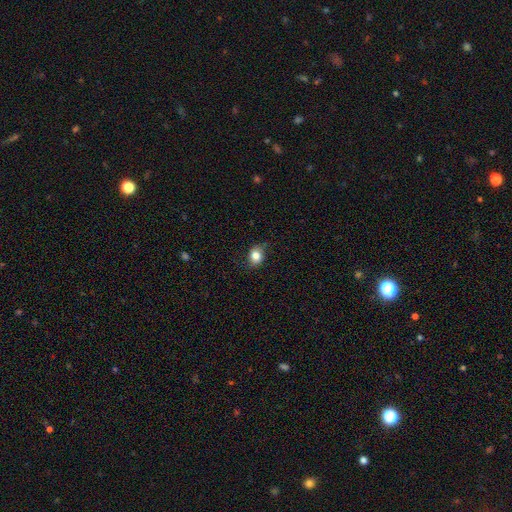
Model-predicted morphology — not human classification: This appears to be a smooth galaxy with no disk features (82%) that is in between round and cigar-shaped (54%). Merging: none (78%).